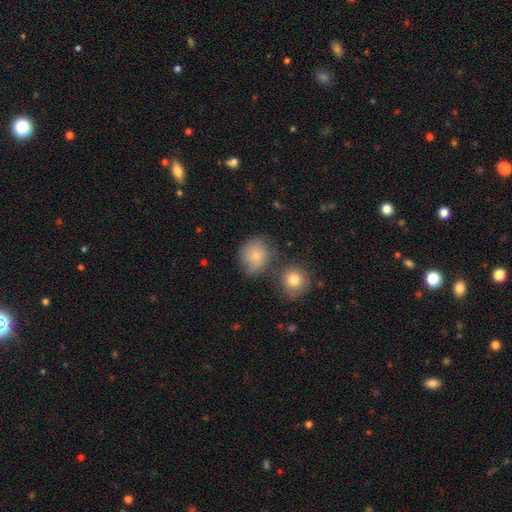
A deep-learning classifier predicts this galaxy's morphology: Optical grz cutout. It shows a smooth galaxy with no disk features (78%) that is round (79%). Merging: none (59%).